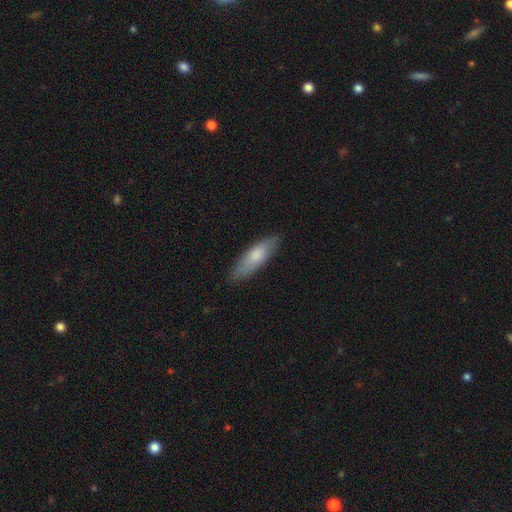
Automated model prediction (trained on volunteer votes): Overall: smooth (72%). How rounded: cigar-shaped (55%; in between 43%). Merging: none (84%).